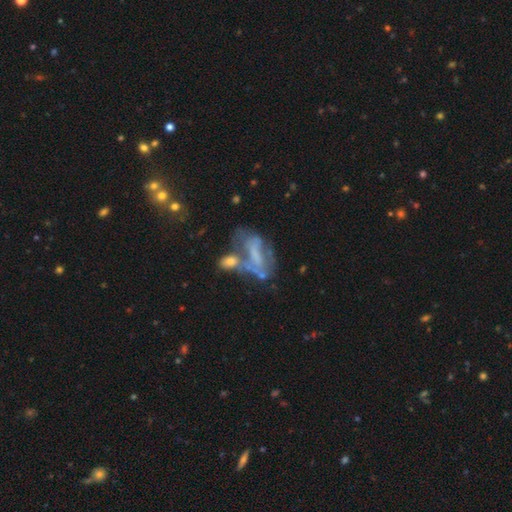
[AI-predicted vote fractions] Smooth or featured? featured or disk (60%)
Edge-on disk? no (92%)
Bar? no (49%)
Spiral arms? no (59%)
Bulge size? none (54%)
Merging? merger (36%)